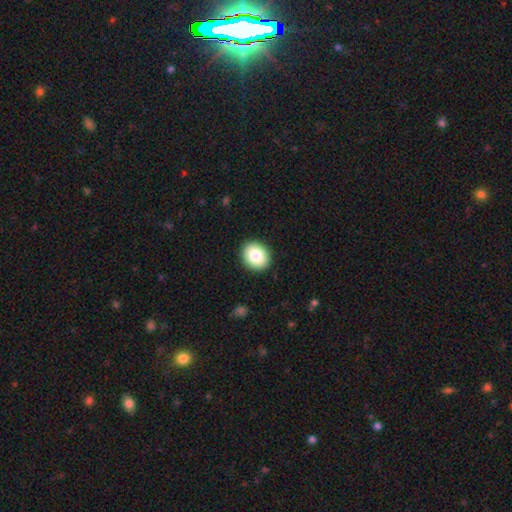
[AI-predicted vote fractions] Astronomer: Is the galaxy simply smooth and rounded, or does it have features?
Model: smooth — 84%.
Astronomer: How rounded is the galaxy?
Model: round — 64%.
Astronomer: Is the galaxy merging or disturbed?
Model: none — 91%.